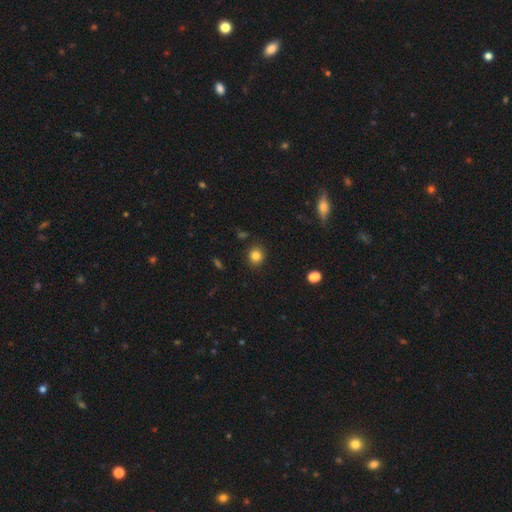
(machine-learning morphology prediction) The model was most divided on "how rounded": round: 80%, in between: 19%, cigar-shaped: 1%. More confident: merging — none (88%); smooth or featured — smooth (84%).